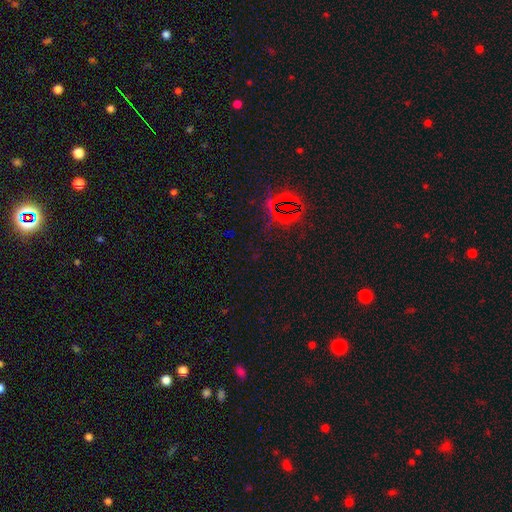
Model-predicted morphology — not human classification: Smooth or featured: star or artifact — 78% (smooth — 14%)